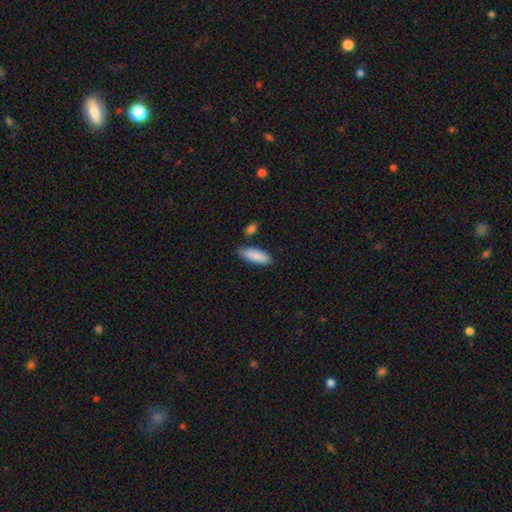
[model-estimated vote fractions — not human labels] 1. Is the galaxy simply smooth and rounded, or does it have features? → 89% smooth, 6% star or artifact, 5% featured or disk.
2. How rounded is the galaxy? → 67% in between, 31% cigar-shaped, 2% round.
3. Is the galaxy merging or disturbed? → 80% none, 12% minor disturbance, 5% merger, 3% major disturbance.